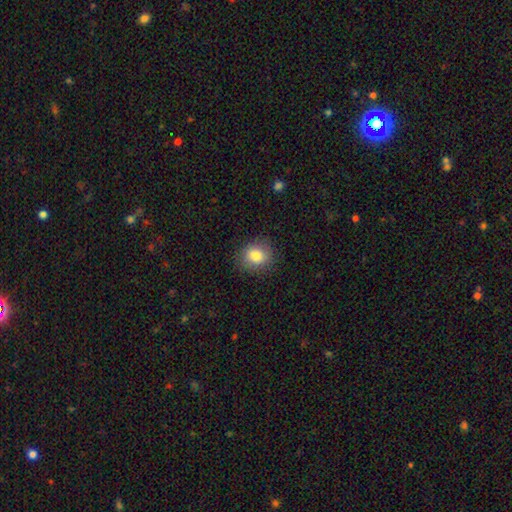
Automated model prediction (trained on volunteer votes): Smooth or featured?
  - smooth: 83% *
  - star or artifact: 9%
  - featured or disk: 8%
How rounded?
  - round: 71% *
  - in between: 28%
  - cigar-shaped: 1%
Merging?
  - none: 85% *
  - minor disturbance: 10%
  - major disturbance: 3%
  - merger: 1%